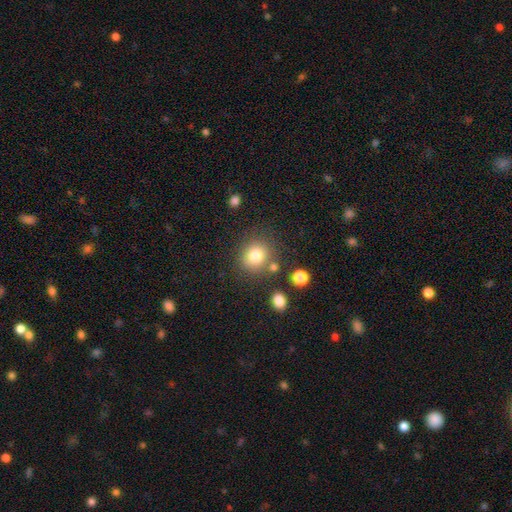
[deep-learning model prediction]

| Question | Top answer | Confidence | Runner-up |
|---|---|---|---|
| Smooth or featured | smooth | 79% | star or artifact (12%) |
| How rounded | round | 83% | in between (16%) |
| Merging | none | 75% | minor disturbance (11%) |